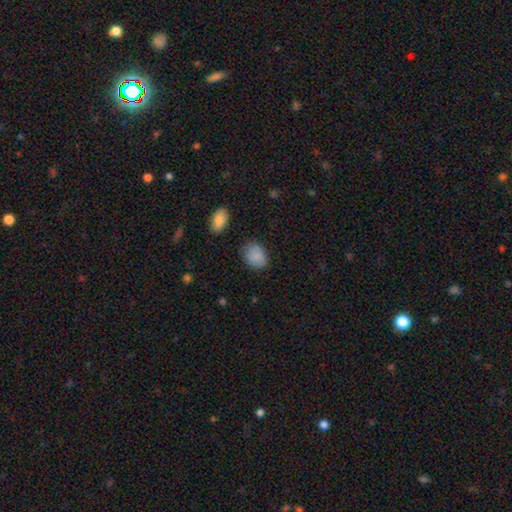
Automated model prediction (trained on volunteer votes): Overall: smooth (87%). How rounded: in between (66%; round 33%). Merging: none (78%).